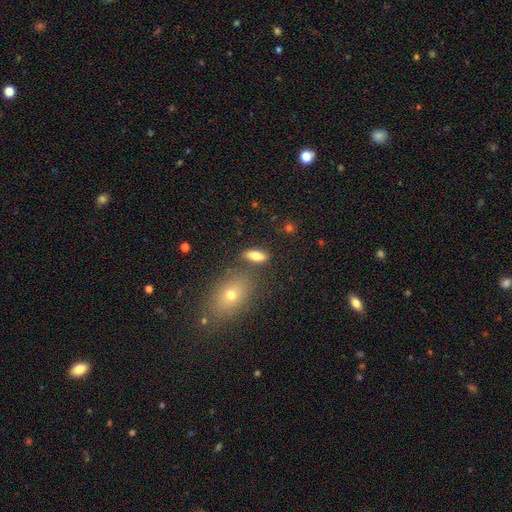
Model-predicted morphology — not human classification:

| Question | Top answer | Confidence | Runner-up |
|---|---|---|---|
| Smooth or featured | smooth | 74% | featured or disk (16%) |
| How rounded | in between | 73% | cigar-shaped (21%) |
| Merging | none | 76% | minor disturbance (12%) |